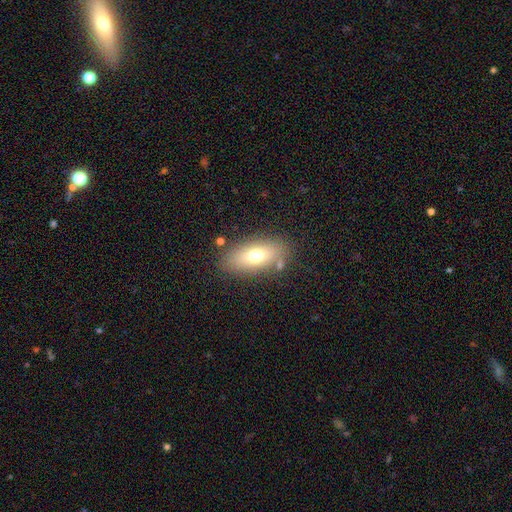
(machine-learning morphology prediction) Overall: smooth (68%). How rounded: in between (83%). Merging: none (80%).